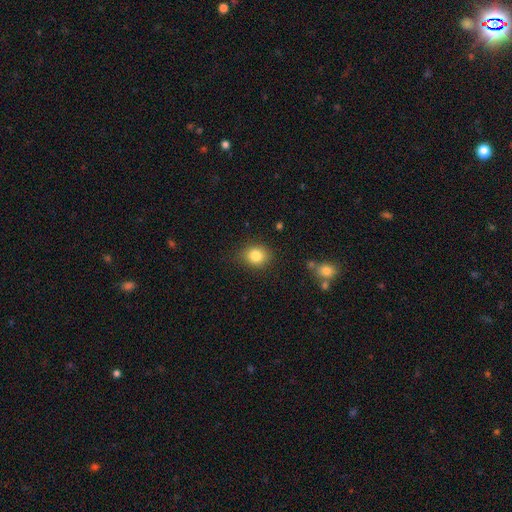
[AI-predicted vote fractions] Smooth or featured? smooth (83%)
How rounded? round (67%)
Merging? none (82%)